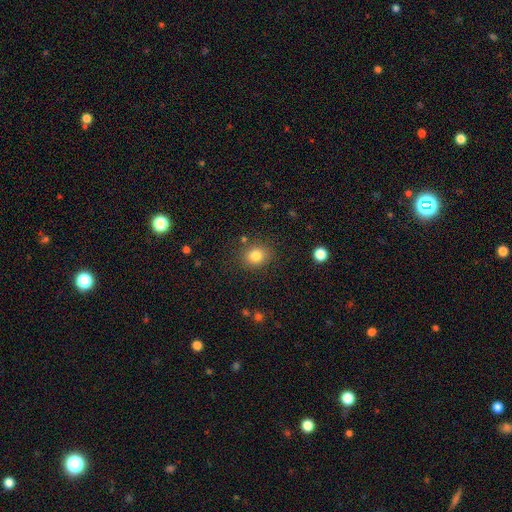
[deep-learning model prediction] The model was most divided on "how rounded": round: 68%, in between: 31%, cigar-shaped: 1%. More confident: merging — none (85%); smooth or featured — smooth (81%).